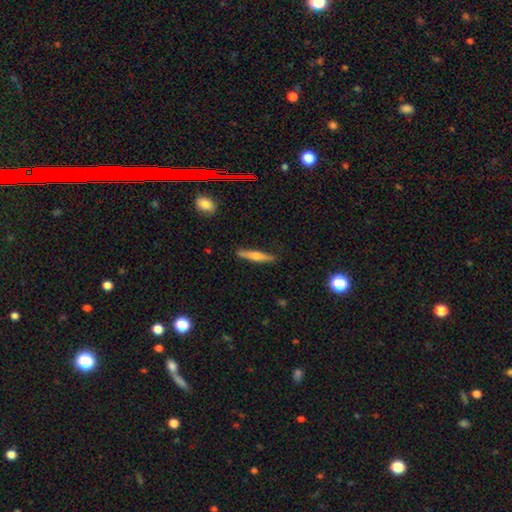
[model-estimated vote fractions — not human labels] A smooth galaxy with no disk features (45%, tied with featured or disk).

Vote fractions:
- Smooth or featured? smooth: 45% (tied) / featured or disk: 45% (tied) / star or artifact: 9%
- Merging? none: 87% / minor disturbance: 10% / major disturbance: 2% / merger: 1%